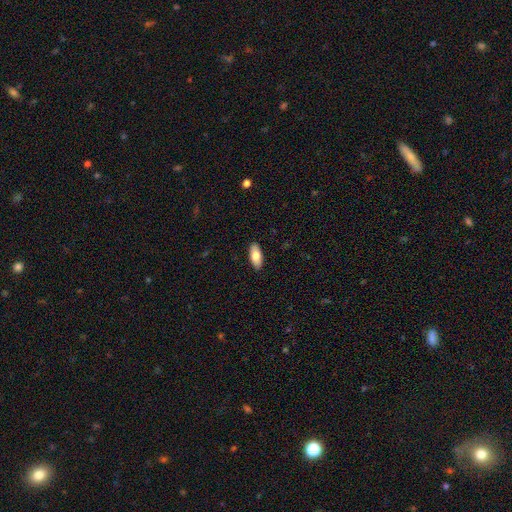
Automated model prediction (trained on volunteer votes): This appears to be a smooth galaxy with no disk features (77%) that is in between round and cigar-shaped (86%). Merging: none (90%).